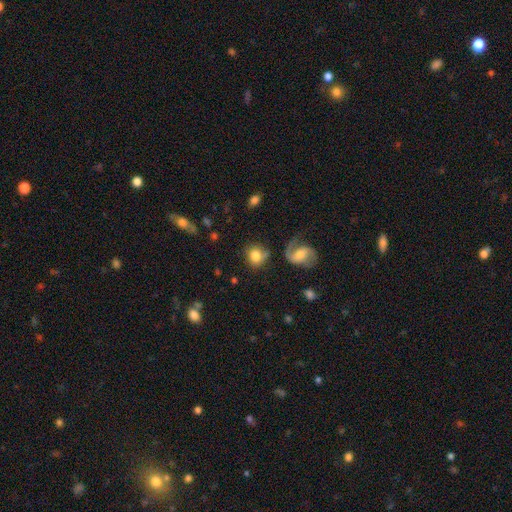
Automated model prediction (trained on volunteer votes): smooth 72%, featured or disk 20%, star or artifact 8%. Down the decision tree: how rounded — round (77%); merging — none (63%).